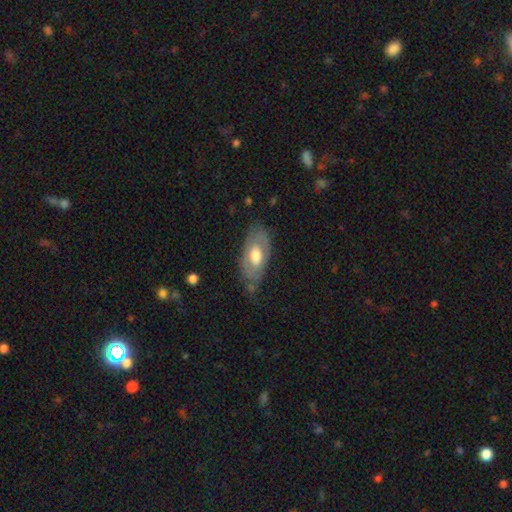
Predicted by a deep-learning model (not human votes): Q: Smooth or featured?
A: featured or disk (50%); runner-up: smooth (45%)
Q: Merging?
A: none (66%); runner-up: minor disturbance (24%)